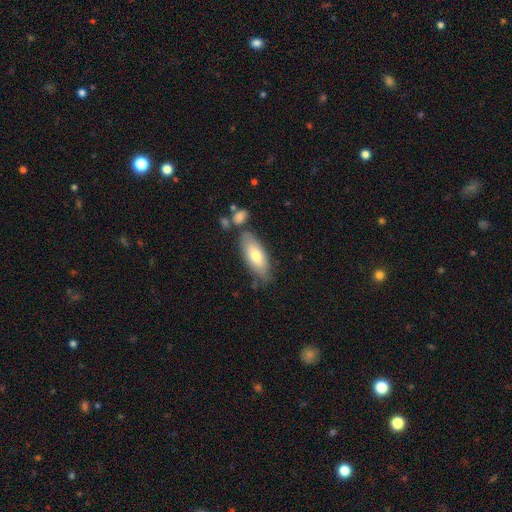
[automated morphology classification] smooth-or-featured: smooth: 71% | featured or disk: 23% | star or artifact: 6%
  how-rounded: in between: 80% | cigar-shaped: 18% | round: 2%
  merging: none: 70% | minor disturbance: 17% | merger: 10% | major disturbance: 4%